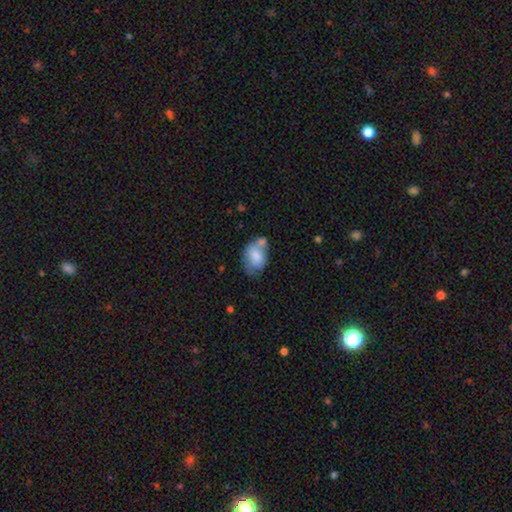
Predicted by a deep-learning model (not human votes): This appears to be a smooth galaxy with no disk features (71%) that is in between round and cigar-shaped (81%). Merging: none (33%).